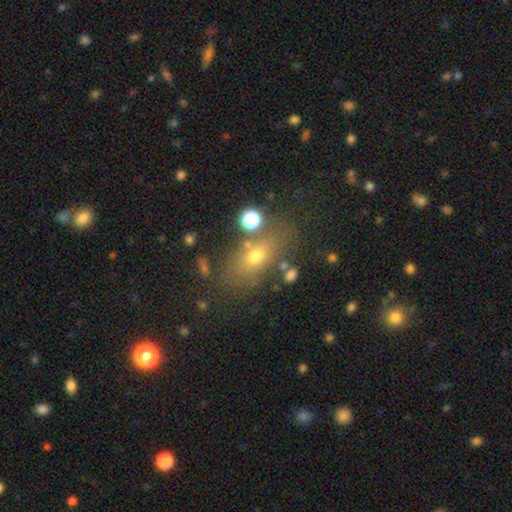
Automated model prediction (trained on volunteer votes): Smooth or featured?
  - smooth: 63% *
  - featured or disk: 22%
  - star or artifact: 15%
How rounded?
  - in between: 74% *
  - round: 18%
  - cigar-shaped: 8%
Merging?
  - none: 68% *
  - minor disturbance: 16%
  - merger: 9%
  - major disturbance: 8%